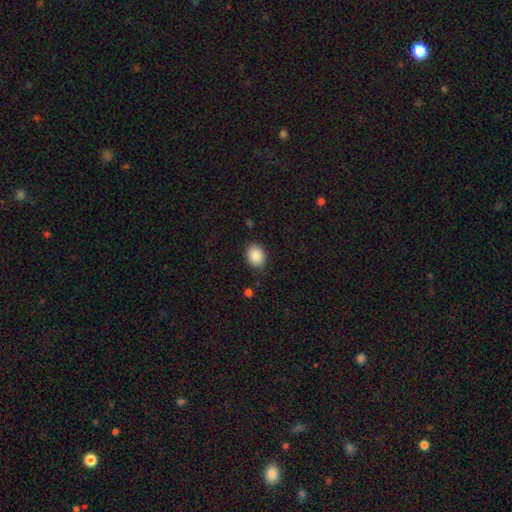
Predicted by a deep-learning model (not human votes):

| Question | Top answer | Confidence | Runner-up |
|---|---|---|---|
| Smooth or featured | smooth | 88% | star or artifact (8%) |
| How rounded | in between | 62% | round (37%) |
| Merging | none | 85% | minor disturbance (10%) |